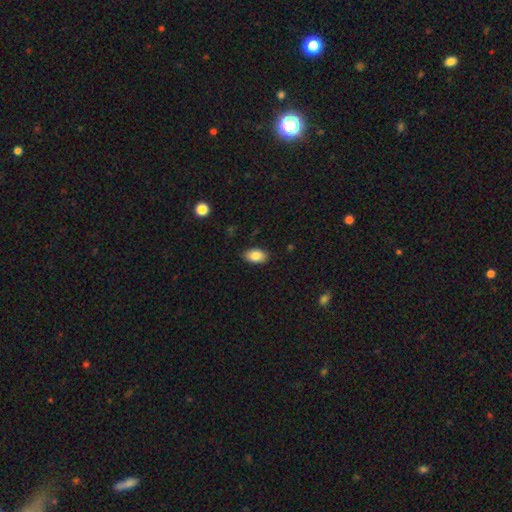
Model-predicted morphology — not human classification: This appears to be a smooth galaxy with no disk features (84%) that is in between round and cigar-shaped (92%). Merging: none (87%).